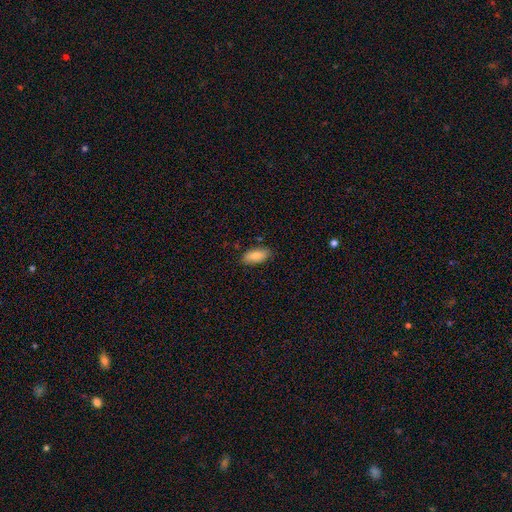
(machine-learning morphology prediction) Q: Smooth or featured?
A: smooth (81%); runner-up: featured or disk (12%)
Q: How rounded?
A: in between (88%); runner-up: cigar-shaped (9%)
Q: Merging?
A: none (85%); runner-up: minor disturbance (12%)